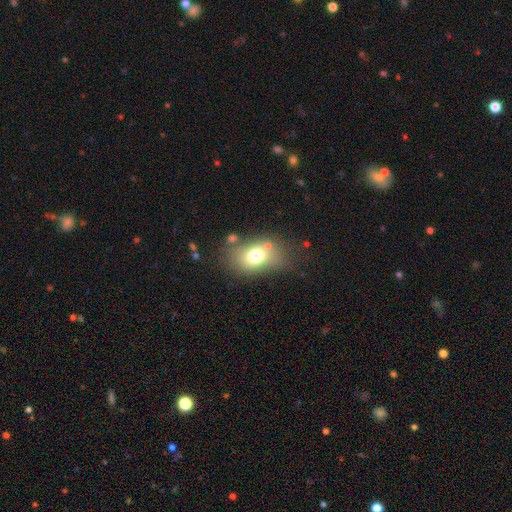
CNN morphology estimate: Smooth or featured? Predicted: smooth (p=0.70). How rounded? Predicted: in between (p=0.77). Merging? Predicted: none (p=0.62).